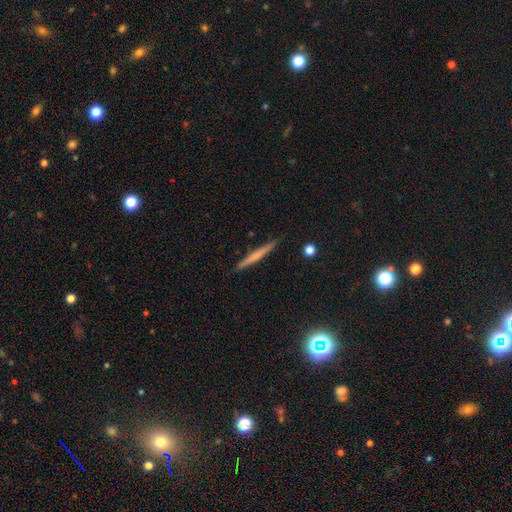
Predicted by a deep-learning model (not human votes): The model was most divided on "smooth or featured": smooth: 49%, featured or disk: 44%, star or artifact: 7%. More confident: merging — none (90%).